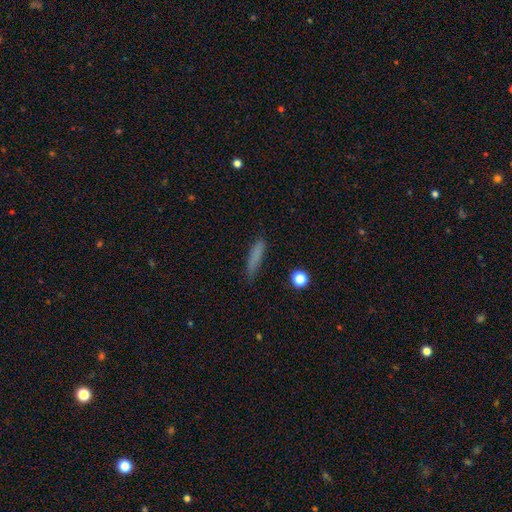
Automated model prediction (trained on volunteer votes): A smooth galaxy with no disk features (78%) that is cigar-shaped (87%).

Vote fractions:
- Smooth or featured? smooth: 78% / featured or disk: 12% / star or artifact: 10%
- How rounded? cigar-shaped: 87% / in between: 11% / round: 2%
- Merging? none: 79% / minor disturbance: 16% / major disturbance: 4% / merger: 2%